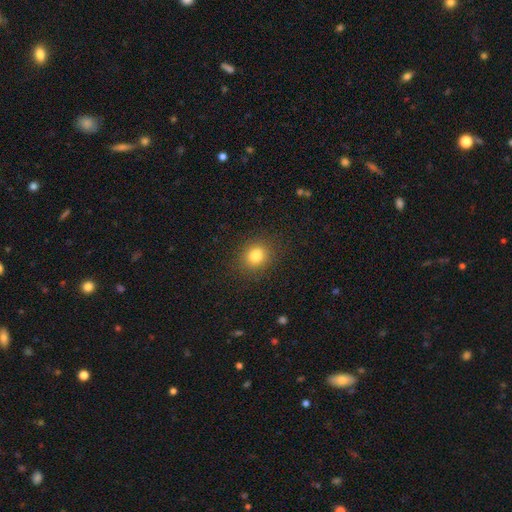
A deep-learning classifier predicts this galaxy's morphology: A smooth galaxy with no disk features (82%) that is round (69%).

Vote fractions:
- Smooth or featured? smooth: 82% / star or artifact: 12% / featured or disk: 6%
- How rounded? round: 69% / in between: 30% / cigar-shaped: 1%
- Merging? none: 87% / minor disturbance: 9% / major disturbance: 3% / merger: 1%